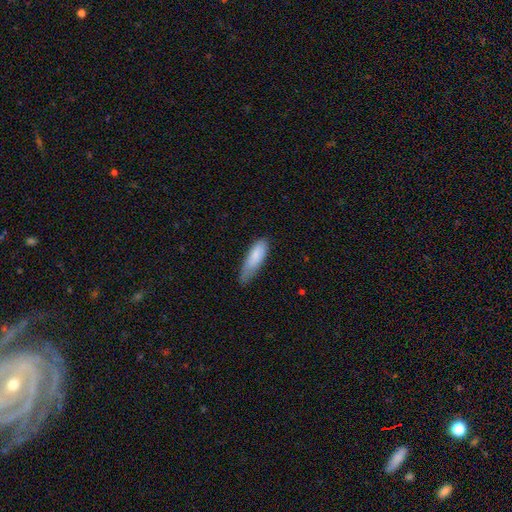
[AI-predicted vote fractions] A smooth galaxy with no disk features (83%) that is in between round and cigar-shaped (51%).

Vote fractions:
- Smooth or featured? smooth: 83% / featured or disk: 11% / star or artifact: 6%
- How rounded? in between: 51% / cigar-shaped: 47% / round: 2%
- Merging? minor disturbance: 46% / none: 40% / major disturbance: 12% / merger: 2%